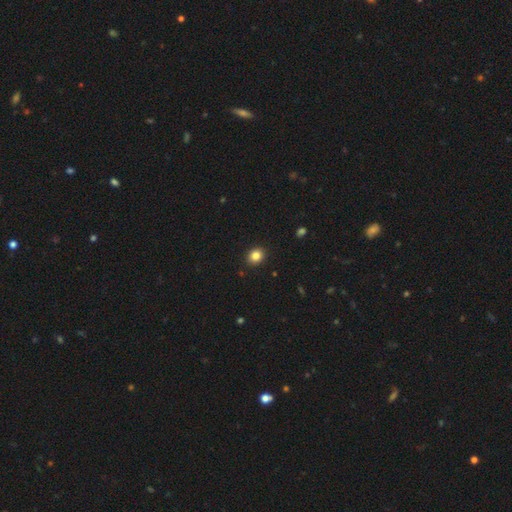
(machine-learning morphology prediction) This appears to be a smooth galaxy with no disk features (84%) that is round (69%). Merging: none (91%).